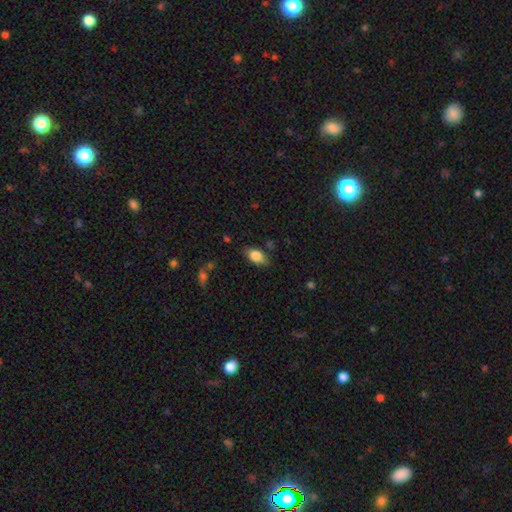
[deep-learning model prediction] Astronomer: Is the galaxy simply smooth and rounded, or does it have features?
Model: smooth — 82%.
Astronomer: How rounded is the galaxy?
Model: in between — 90%.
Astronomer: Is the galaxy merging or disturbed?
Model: none — 78%.